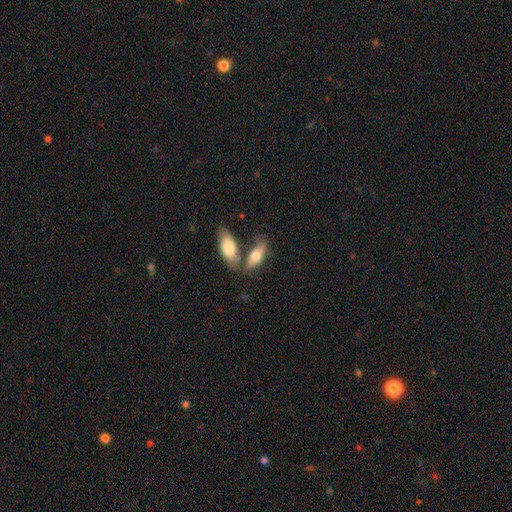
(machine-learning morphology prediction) smooth 69%, featured or disk 25%, star or artifact 6%. Down the decision tree: how rounded — in between (76%); merging — none (43%).